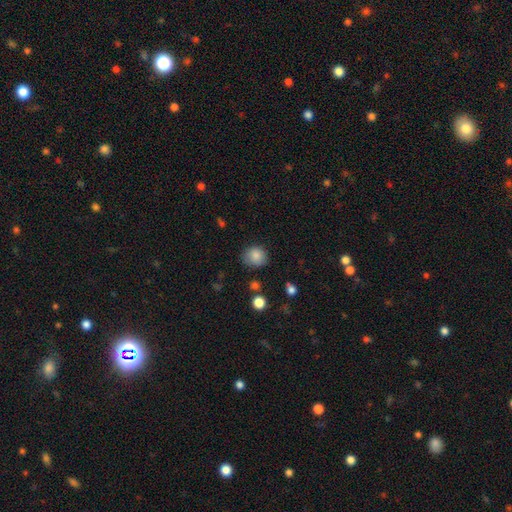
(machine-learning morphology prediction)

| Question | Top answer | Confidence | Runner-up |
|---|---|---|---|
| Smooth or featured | smooth | 84% | star or artifact (10%) |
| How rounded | round | 77% | in between (22%) |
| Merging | none | 73% | minor disturbance (20%) |